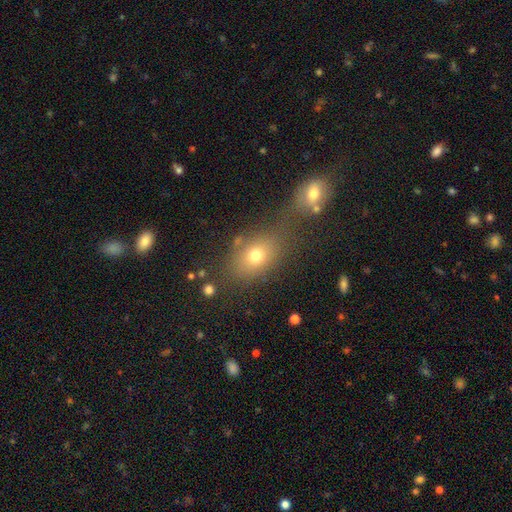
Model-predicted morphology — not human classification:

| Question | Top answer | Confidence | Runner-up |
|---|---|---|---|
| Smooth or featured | smooth | 70% | star or artifact (16%) |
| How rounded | in between | 67% | round (31%) |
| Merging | none | 54% | merger (27%) |